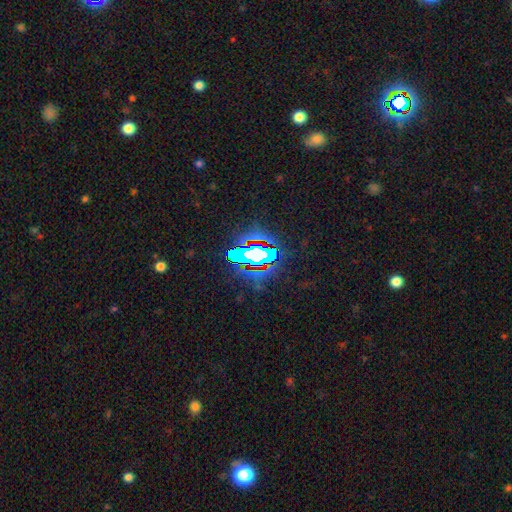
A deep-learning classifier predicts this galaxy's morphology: Smooth or featured?
  - star or artifact: 62% *
  - featured or disk: 20%
  - smooth: 19%